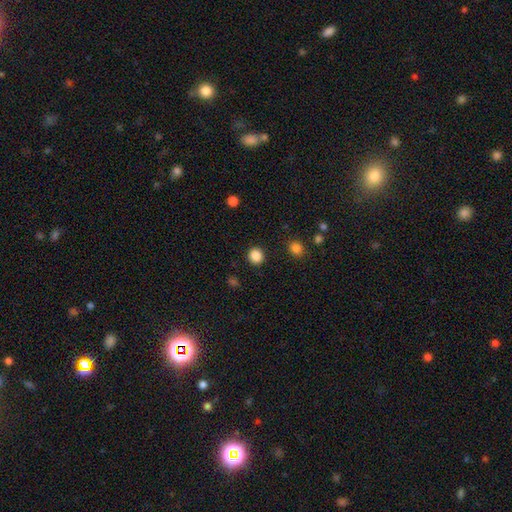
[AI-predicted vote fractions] Smooth or featured? smooth (87%)
How rounded? round (89%)
Merging? none (91%)